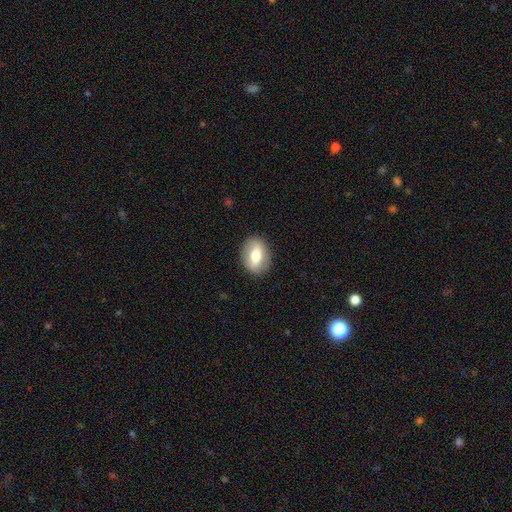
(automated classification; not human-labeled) smooth 61%, featured or disk 31%, star or artifact 7%. Down the decision tree: how rounded — in between (73%); merging — none (87%).